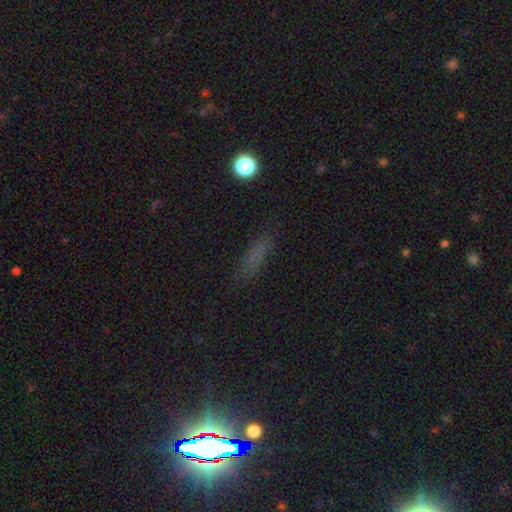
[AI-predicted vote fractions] This appears to be a smooth galaxy with no disk features (68%) that is cigar-shaped (70%). Merging: none (84%).